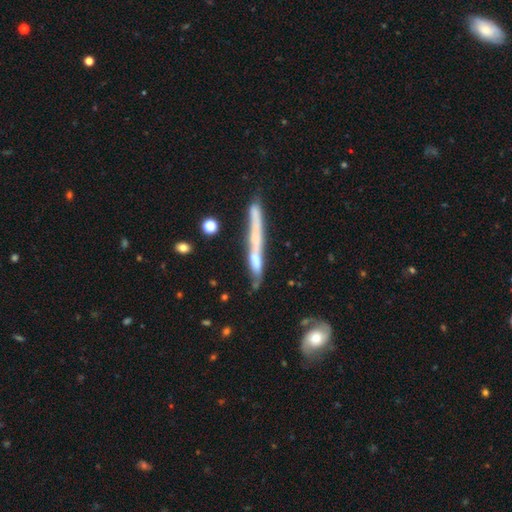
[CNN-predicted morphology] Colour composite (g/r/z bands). It shows a featured or disk galaxy (53%) viewed edge-on (85%). Merging: none (54%).